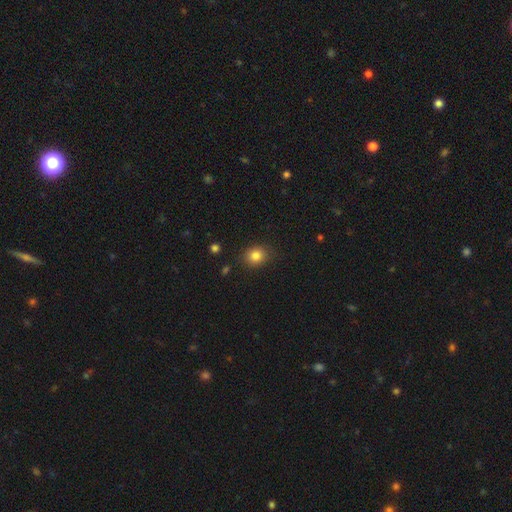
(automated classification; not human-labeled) Smooth or featured: smooth — 83% (star or artifact — 11%)
How rounded: round — 68% (in between — 31%)
Merging: none — 83% (minor disturbance — 12%)